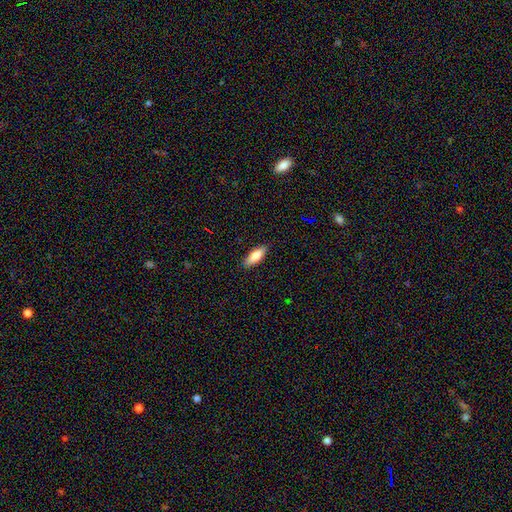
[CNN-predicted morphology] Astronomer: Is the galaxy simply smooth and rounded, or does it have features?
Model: smooth — 79%.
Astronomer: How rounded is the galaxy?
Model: in between — 67%.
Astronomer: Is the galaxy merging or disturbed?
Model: none — 88%.